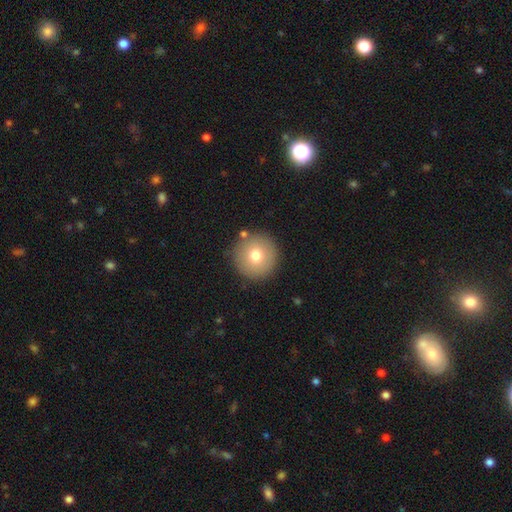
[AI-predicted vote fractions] Smooth or featured? smooth (73%)
How rounded? round (96%)
Merging? none (87%)